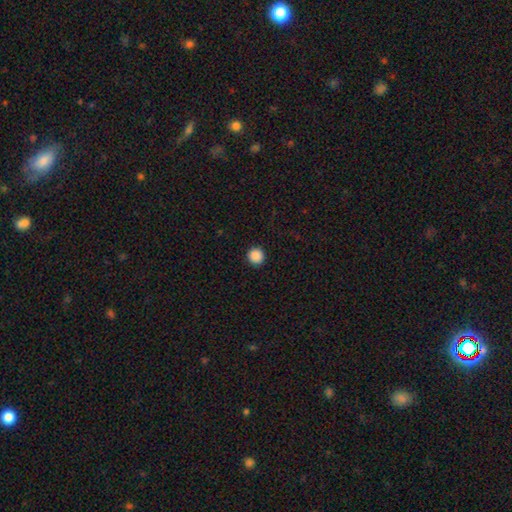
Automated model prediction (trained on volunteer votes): Q: Smooth or featured?
A: smooth (88%); runner-up: star or artifact (10%)
Q: How rounded?
A: round (95%); runner-up: in between (4%)
Q: Merging?
A: none (93%); runner-up: minor disturbance (5%)